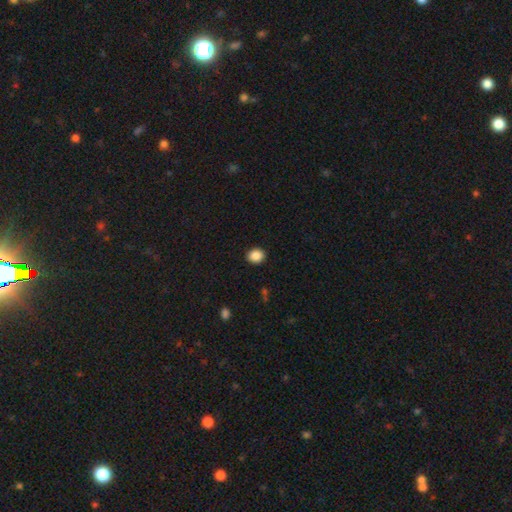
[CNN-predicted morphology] This appears to be a smooth galaxy with no disk features (88%) that is round (69%). Merging: none (91%).